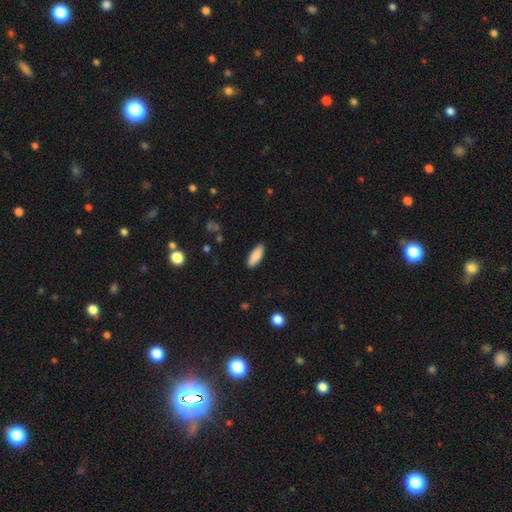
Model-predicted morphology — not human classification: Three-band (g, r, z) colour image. It shows a smooth galaxy with no disk features (86%) that is in between round and cigar-shaped (72%). Merging: none (88%).